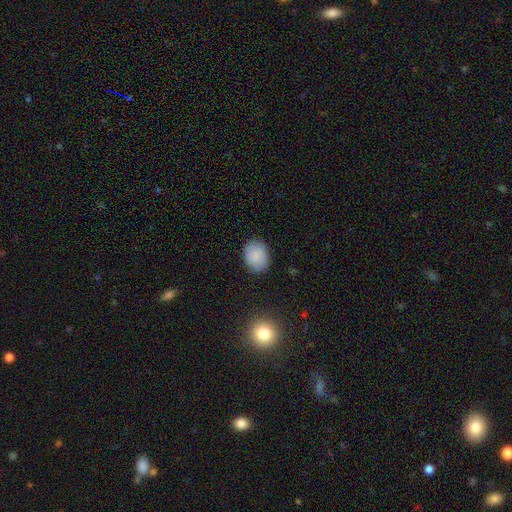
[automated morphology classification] Smooth or featured? Predicted: smooth (p=0.86). How rounded? Predicted: in between (p=0.63). Merging? Predicted: none (p=0.85).